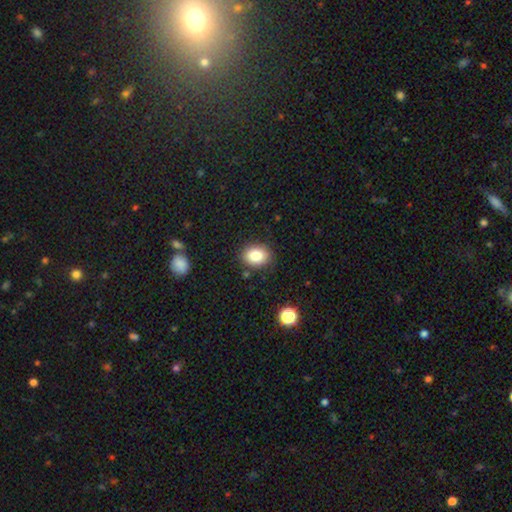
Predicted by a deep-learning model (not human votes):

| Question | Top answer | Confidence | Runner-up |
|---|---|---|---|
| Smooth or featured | smooth | 83% | star or artifact (10%) |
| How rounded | in between | 53% | round (46%) |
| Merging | none | 85% | minor disturbance (10%) |